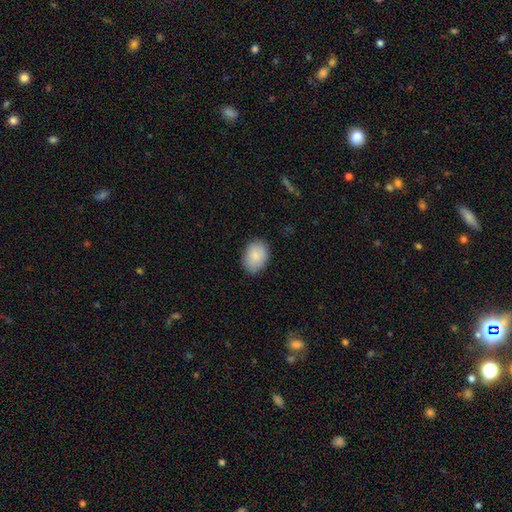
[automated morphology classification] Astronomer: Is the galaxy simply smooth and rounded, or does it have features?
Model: smooth — 86%.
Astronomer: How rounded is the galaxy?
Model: in between — 73%.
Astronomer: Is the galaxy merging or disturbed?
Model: none — 83%.